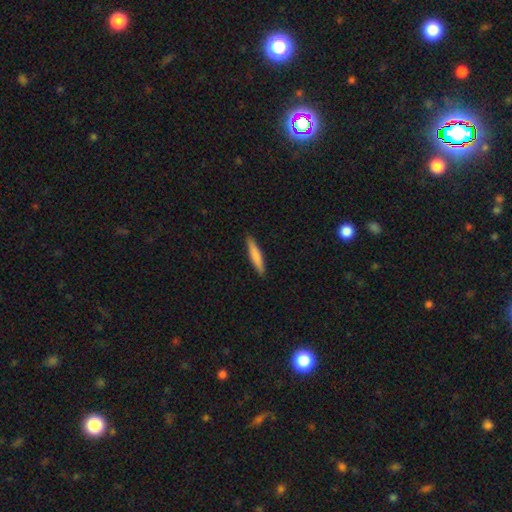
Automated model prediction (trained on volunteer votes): This is likely a smooth galaxy (76%). How rounded: clearly cigar-shaped (89%). Merging: clearly none (90%).